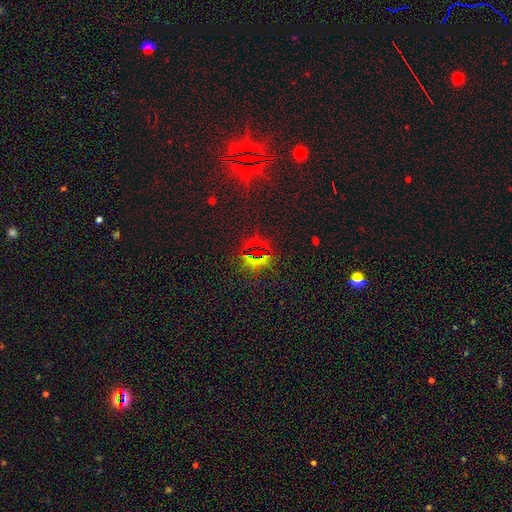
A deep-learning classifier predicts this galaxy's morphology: Smooth or featured: star or artifact — 75% (smooth — 17%)